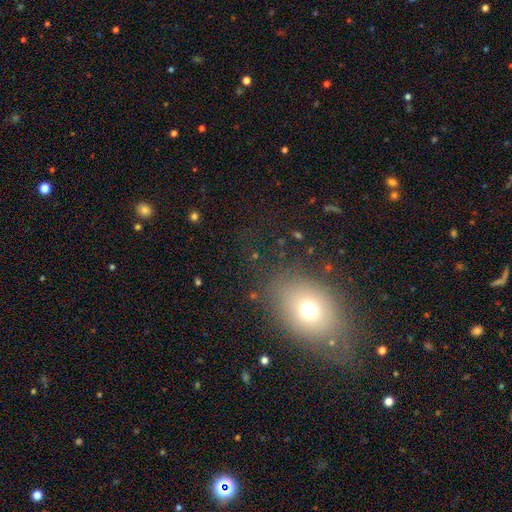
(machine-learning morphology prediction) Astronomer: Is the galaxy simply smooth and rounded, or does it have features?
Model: smooth — 62%.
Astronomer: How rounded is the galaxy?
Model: in between — 65%.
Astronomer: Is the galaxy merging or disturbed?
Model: none — 77%.